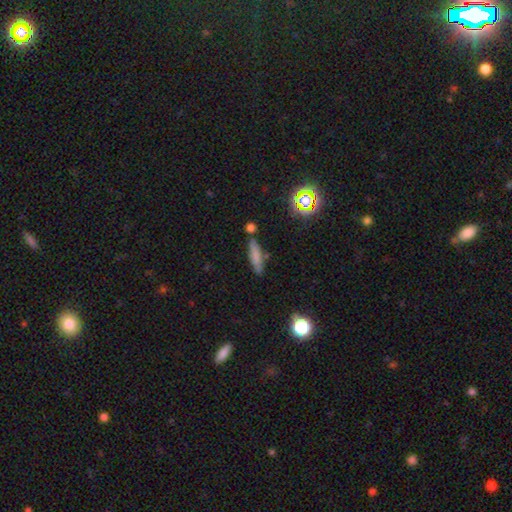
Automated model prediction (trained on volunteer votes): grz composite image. It shows a smooth galaxy with no disk features (73%) that is cigar-shaped (66%). Merging: none (74%).